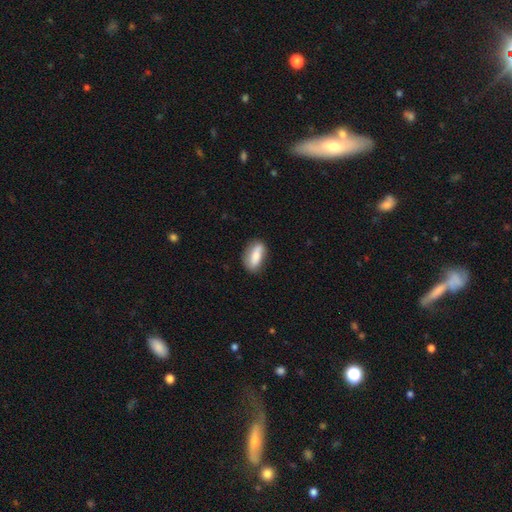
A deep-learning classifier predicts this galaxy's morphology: Smooth or featured: smooth — 77% (featured or disk — 17%)
How rounded: in between — 81% (cigar-shaped — 14%)
Merging: none — 75% (minor disturbance — 19%)